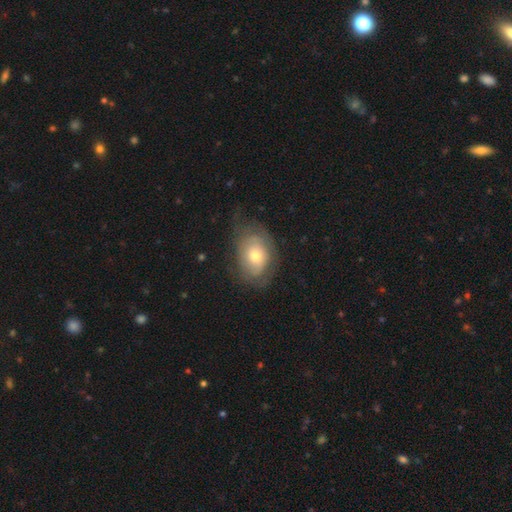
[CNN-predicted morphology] This is possibly a smooth galaxy (50%). How rounded: likely in between (75%). Merging: possibly none (59%).